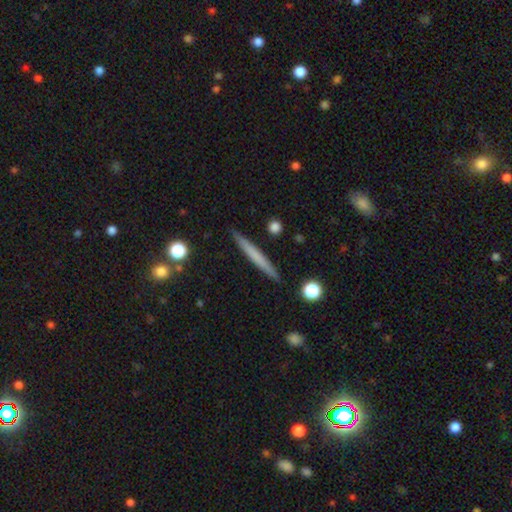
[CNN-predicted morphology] smooth 59%, featured or disk 36%, star or artifact 6%. Down the decision tree: how rounded — cigar-shaped (96%); merging — none (91%).